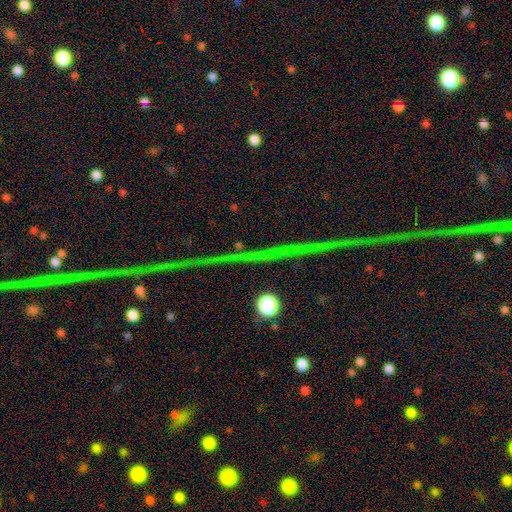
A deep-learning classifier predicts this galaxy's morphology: star or artifact 78%, featured or disk 13%, smooth 9%.